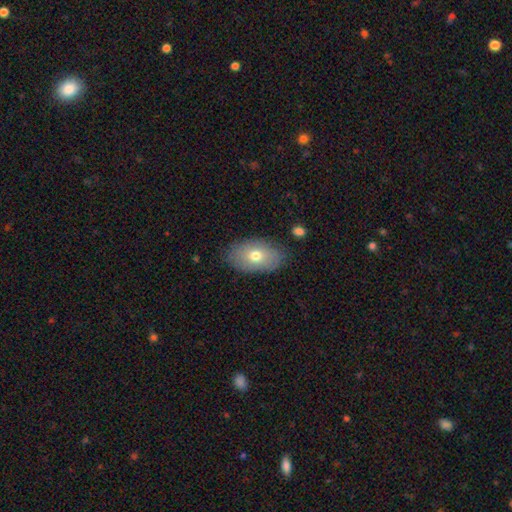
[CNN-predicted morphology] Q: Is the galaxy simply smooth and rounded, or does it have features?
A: smooth — 70%.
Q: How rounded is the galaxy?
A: in between — 90%.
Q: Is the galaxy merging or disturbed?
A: none — 82%.